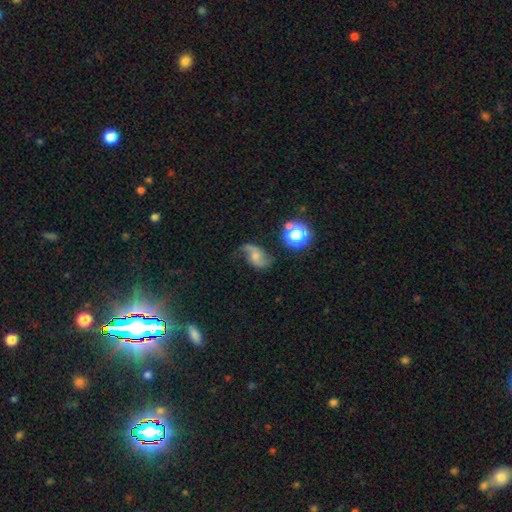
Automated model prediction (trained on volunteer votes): smooth_or_featured: featured or disk (p=0.66) [alt: smooth p=0.22]
disk_edge_on: no (p=0.96) [alt: yes p=0.04]
bar: no (p=0.59) [alt: weak p=0.32]
has_spiral_arms: yes (p=0.91) [alt: no p=0.09]
spiral_winding: loose (p=0.76) [alt: medium p=0.19]
spiral_arm_count: 2 (p=0.87) [alt: 1 p=0.07]
bulge_size: small (p=0.49) [alt: moderate p=0.36]
merging: none (p=0.57) [alt: minor disturbance p=0.26]